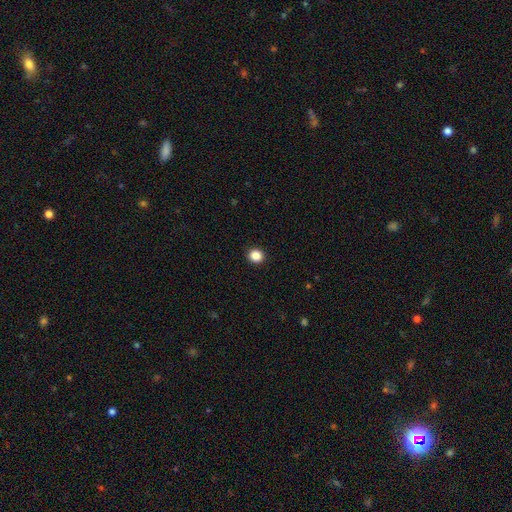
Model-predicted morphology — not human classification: smooth-or-featured: smooth: 87% | star or artifact: 10% | featured or disk: 3%
  how-rounded: round: 87% | in between: 13% | cigar-shaped: 1%
  merging: none: 93% | minor disturbance: 5% | major disturbance: 2% | merger: 1%